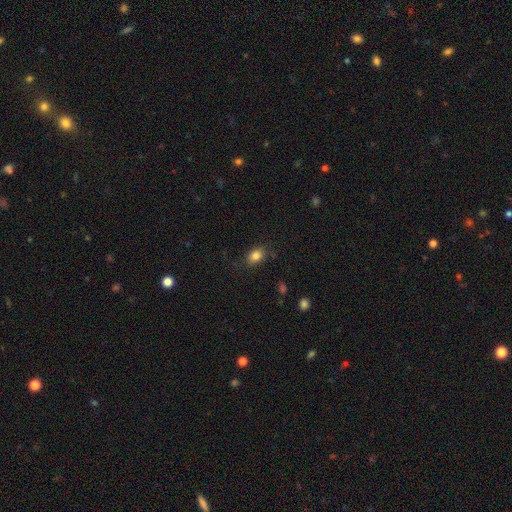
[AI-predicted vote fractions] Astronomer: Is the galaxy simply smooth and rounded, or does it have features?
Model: smooth — 83%.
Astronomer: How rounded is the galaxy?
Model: in between — 70%.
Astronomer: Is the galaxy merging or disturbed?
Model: none — 80%.